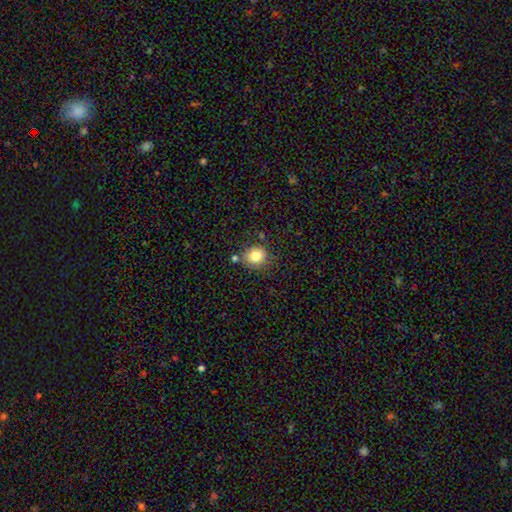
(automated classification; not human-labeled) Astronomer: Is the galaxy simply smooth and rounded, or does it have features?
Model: smooth — 81%.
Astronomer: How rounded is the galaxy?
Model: round — 83%.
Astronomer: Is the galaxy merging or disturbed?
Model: none — 78%.